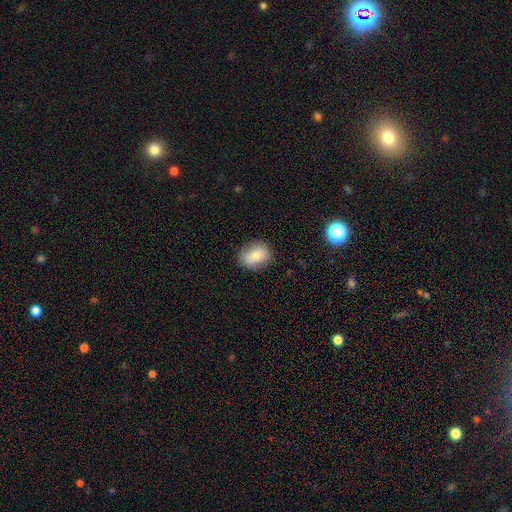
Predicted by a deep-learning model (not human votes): Smooth or featured? smooth (78%)
How rounded? in between (59%)
Merging? none (81%)